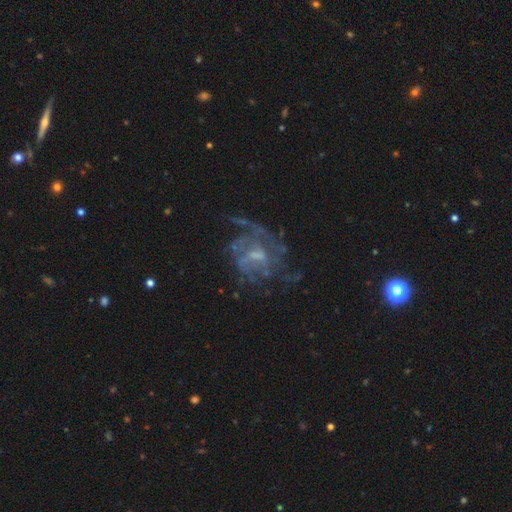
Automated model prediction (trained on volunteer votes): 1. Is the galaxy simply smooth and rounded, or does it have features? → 77% featured or disk, 12% star or artifact, 11% smooth.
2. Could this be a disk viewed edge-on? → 97% no, 3% yes.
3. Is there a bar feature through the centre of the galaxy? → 46% weak, 45% no, 9% strong.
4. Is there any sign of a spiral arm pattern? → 73% yes, 27% no.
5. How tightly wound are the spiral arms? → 38% medium, 32% loose, 30% tight.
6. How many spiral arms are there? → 48% can't tell, 15% 2, 14% 3, 10% 4, 8% 1, 6% more than 4.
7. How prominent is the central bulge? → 40% small, 33% moderate, 22% none, 4% large, 1% dominant.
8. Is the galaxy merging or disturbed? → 47% none, 32% major disturbance, 17% minor disturbance, 4% merger.